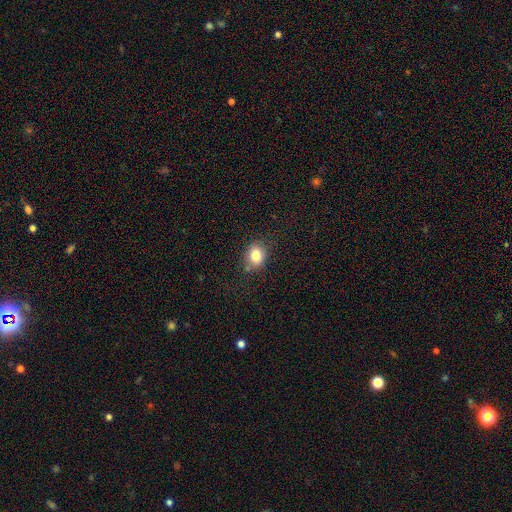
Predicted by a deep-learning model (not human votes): The model was most divided on "how rounded": in between: 50%, round: 49%, cigar-shaped: 1%. More confident: smooth or featured — smooth (81%); merging — none (78%).